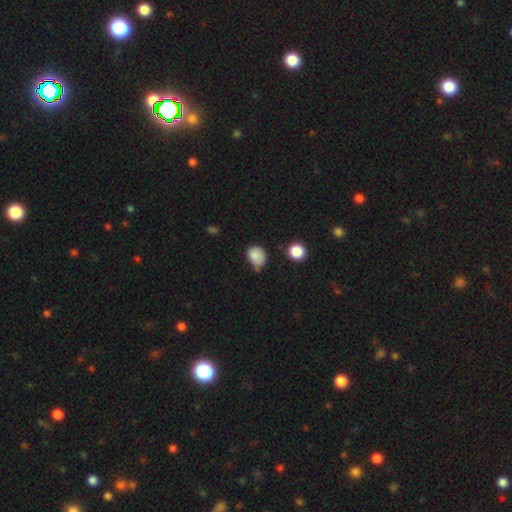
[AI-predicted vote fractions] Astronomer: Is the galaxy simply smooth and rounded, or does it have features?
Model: smooth — 83%.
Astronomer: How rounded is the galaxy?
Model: round — 53% (runner-up: in between, 46%).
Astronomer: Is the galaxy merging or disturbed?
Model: none — 48% (runner-up: minor disturbance, 37%).